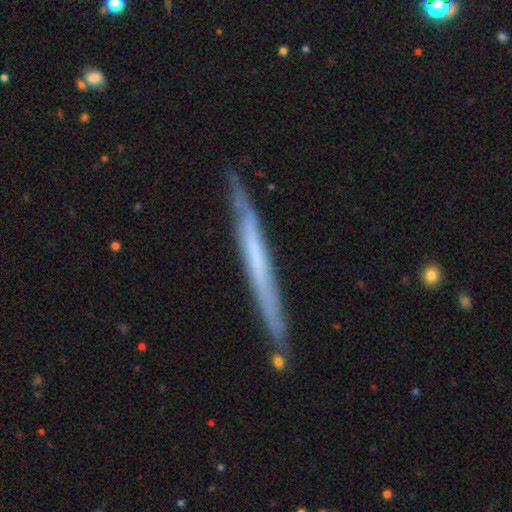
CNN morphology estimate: A featured or disk galaxy (59%) viewed edge-on (94%) with no central bulge (86%).

Vote fractions:
- Smooth or featured? featured or disk: 59% / smooth: 35% / star or artifact: 6%
- Edge-on disk? yes: 94% / no: 6%
- Edge-on bulge? none: 86% / rounded: 8% / boxy: 6%
- Merging? none: 82% / minor disturbance: 13% / merger: 2% / major disturbance: 2%